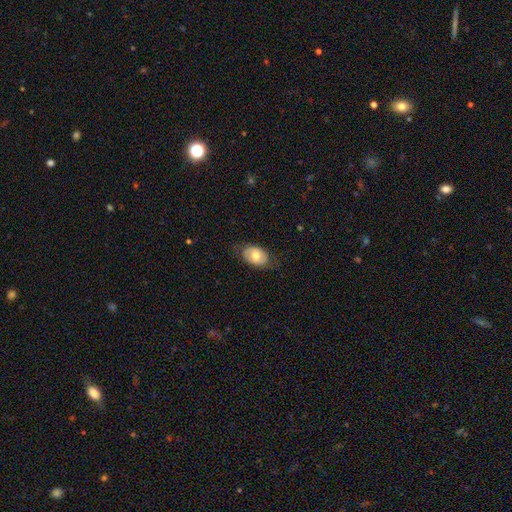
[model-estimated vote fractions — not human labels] Overall: smooth (65%; featured or disk 28%). How rounded: in between (84%). Merging: none (75%).